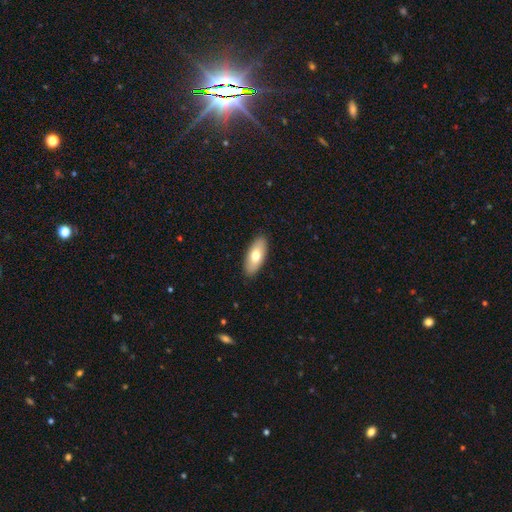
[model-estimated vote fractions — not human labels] The model was most divided on "smooth or featured": smooth: 73%, featured or disk: 21%, star or artifact: 6%. More confident: merging — none (90%); how rounded — in between (84%).